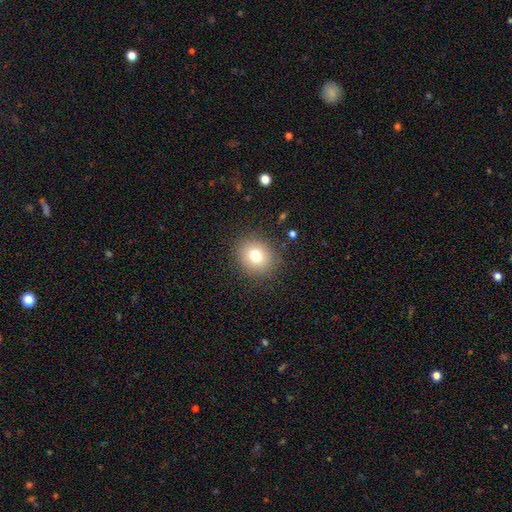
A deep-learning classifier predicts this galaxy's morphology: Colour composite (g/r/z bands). It shows a smooth galaxy with no disk features (77%) that is round (72%). Merging: none (87%).